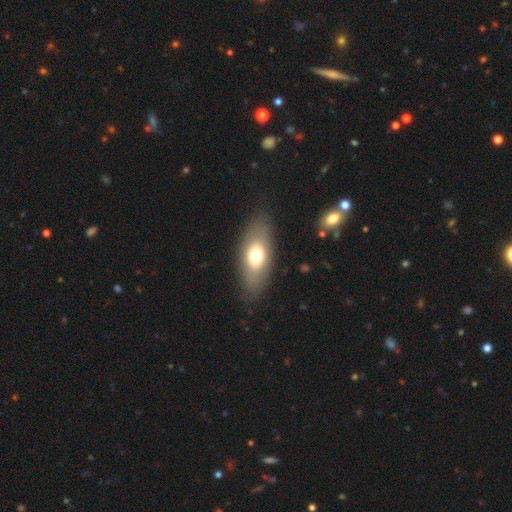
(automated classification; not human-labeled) Morphology: type=smooth (65%); roundness=in between (82%); merging=none (84%).